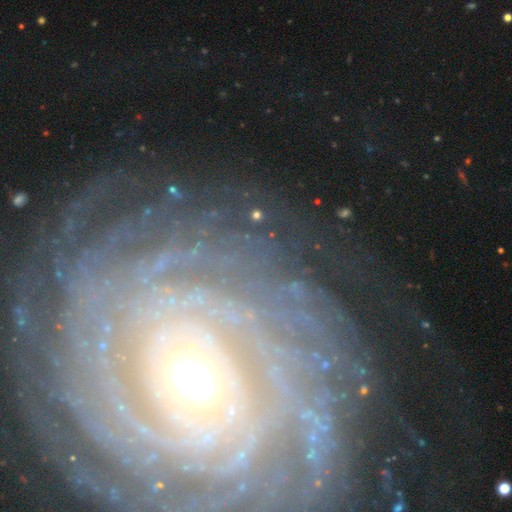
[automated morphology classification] Smooth or featured: featured or disk — 85% (star or artifact — 8%)
Edge-on disk: no — 95% (yes — 5%)
Bar: no — 66% (weak — 21%)
Spiral arms: yes — 91% (no — 9%)
Spiral winding: tight — 83% (medium — 12%)
Spiral arm count: more than 4 — 32% (can't tell — 30%)
Bulge size: moderate — 61% (small — 22%)
Merging: none — 80% (minor disturbance — 11%)